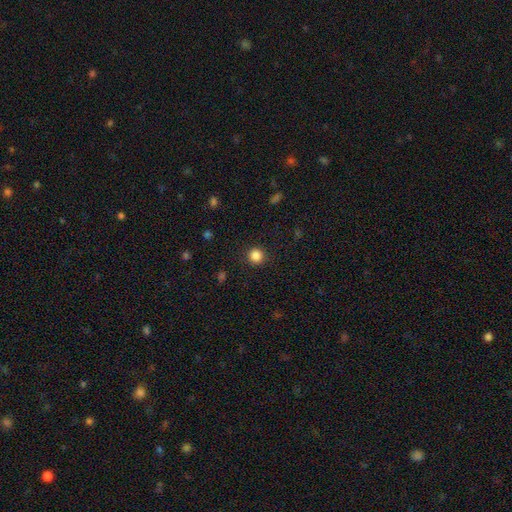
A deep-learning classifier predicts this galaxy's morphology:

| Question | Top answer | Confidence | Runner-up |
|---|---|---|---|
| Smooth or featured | smooth | 86% | star or artifact (11%) |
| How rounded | round | 93% | in between (6%) |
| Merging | none | 90% | minor disturbance (6%) |